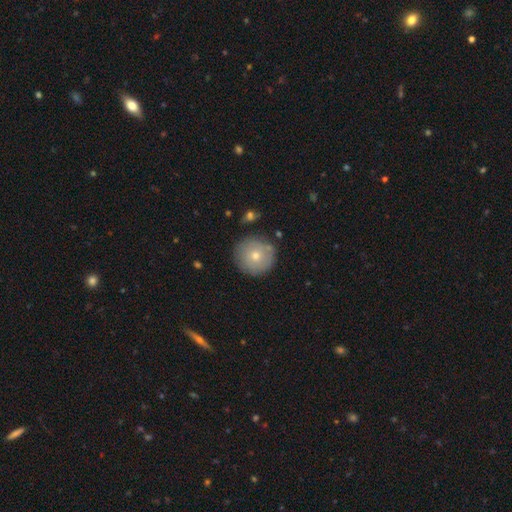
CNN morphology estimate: The model was most divided on "smooth or featured": smooth: 69%, featured or disk: 23%, star or artifact: 7%. More confident: how rounded — round (95%); merging — none (83%).